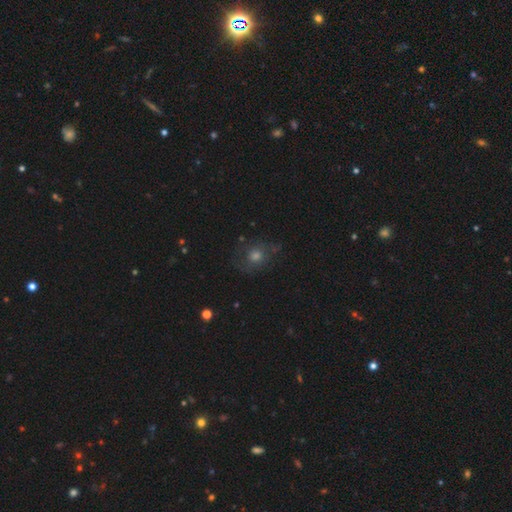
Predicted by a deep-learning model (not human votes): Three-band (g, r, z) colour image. It shows a smooth galaxy with no disk features (45%). Merging: none (68%).